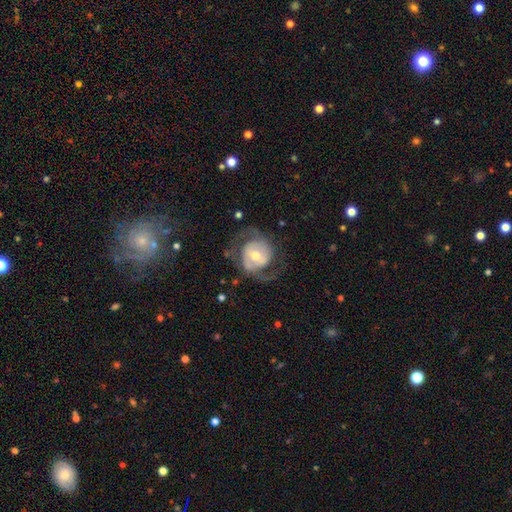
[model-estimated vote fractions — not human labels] Morphology: type=featured or disk (77%); edge-on=no (97%); bar=no (53%); spiral arms=yes (84%); winding=medium (48%); arm count=2 (84%); bulge=moderate (64%); merging=none (62%).